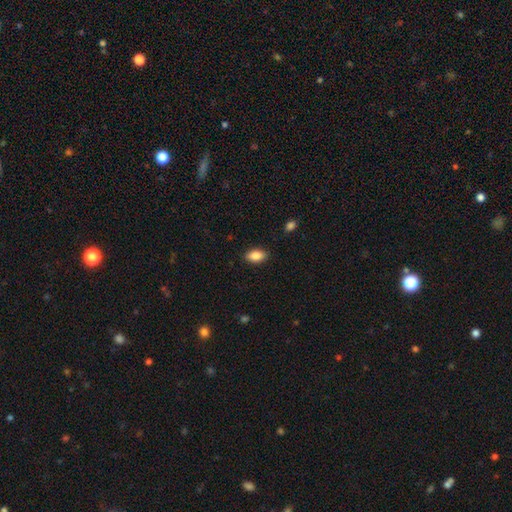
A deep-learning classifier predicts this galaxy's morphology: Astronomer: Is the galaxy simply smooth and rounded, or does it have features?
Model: smooth — 87%.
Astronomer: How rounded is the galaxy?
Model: in between — 91%.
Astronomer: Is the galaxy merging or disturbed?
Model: none — 88%.